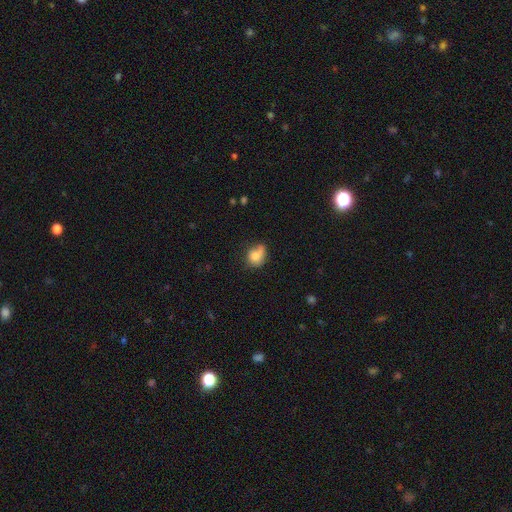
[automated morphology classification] smooth 75%, featured or disk 15%, star or artifact 10%. Down the decision tree: how rounded — round (63%); merging — none (41%).